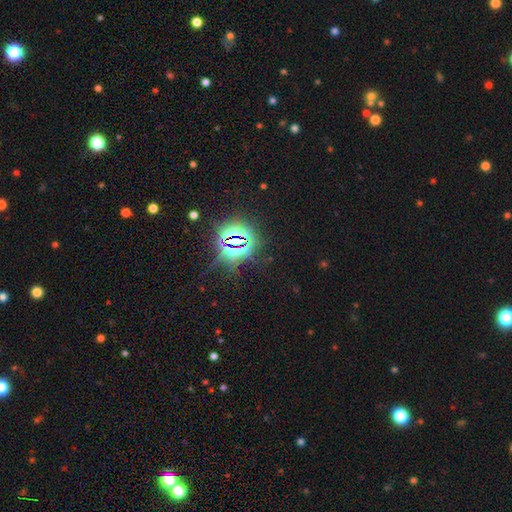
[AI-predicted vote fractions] This is clearly a star or artifact rather than a galaxy (80%).